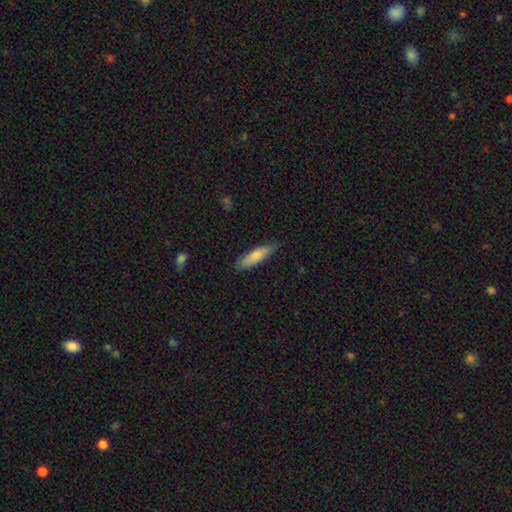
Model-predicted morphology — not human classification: smooth 78%, featured or disk 16%, star or artifact 6%. Down the decision tree: how rounded — cigar-shaped (70%); merging — none (85%).